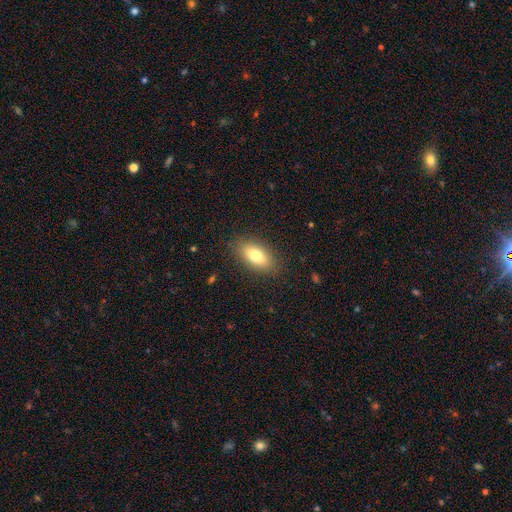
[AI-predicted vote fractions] The model was most divided on "smooth or featured": smooth: 79%, featured or disk: 13%, star or artifact: 8%. More confident: how rounded — in between (88%); merging — none (86%).